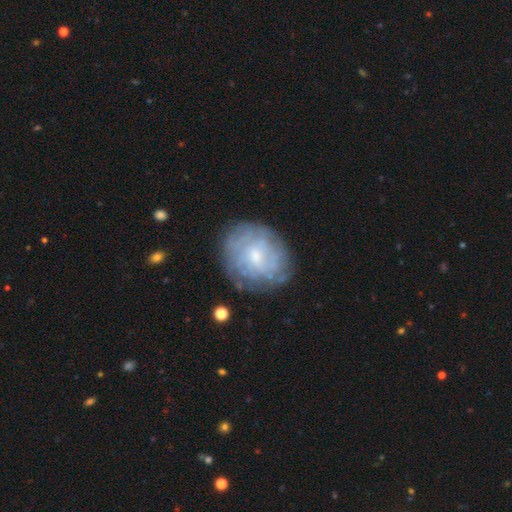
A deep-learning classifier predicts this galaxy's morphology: Smooth or featured: featured or disk — 61% (smooth — 31%)
Edge-on disk: no — 97% (yes — 3%)
Bar: no — 58% (weak — 37%)
Spiral arms: yes — 67% (no — 33%)
Bulge size: small — 59% (moderate — 33%)
Merging: none — 75% (minor disturbance — 17%)